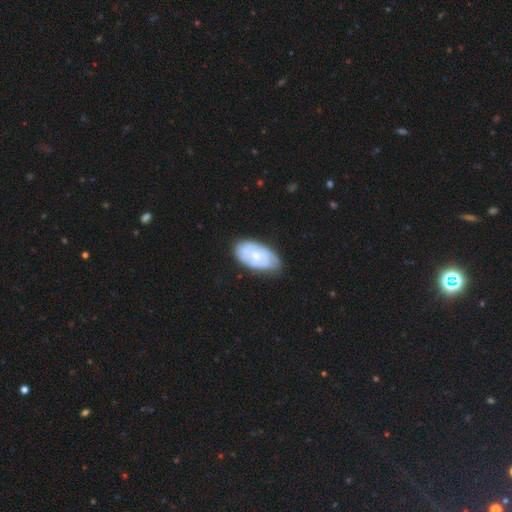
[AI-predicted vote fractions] Q: Smooth or featured?
A: featured or disk (59%); runner-up: smooth (35%)
Q: Edge-on disk?
A: no (95%); runner-up: yes (5%)
Q: Bar?
A: no (74%); runner-up: weak (22%)
Q: Spiral arms?
A: yes (71%); runner-up: no (29%)
Q: Bulge size?
A: small (56%); runner-up: moderate (38%)
Q: Merging?
A: none (66%); runner-up: minor disturbance (27%)